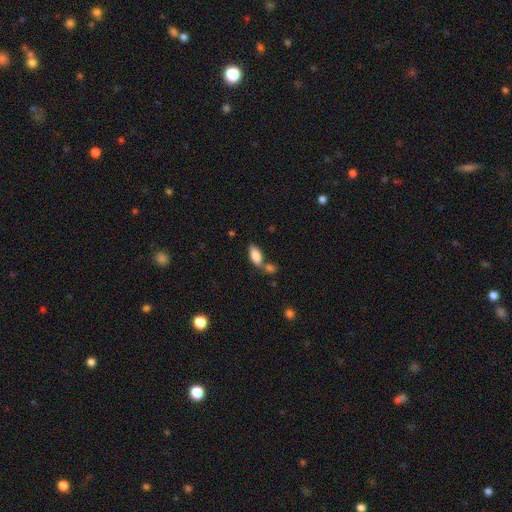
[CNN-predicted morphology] smooth 82%, featured or disk 10%, star or artifact 7%. Down the decision tree: how rounded — in between (85%); merging — none (54%).